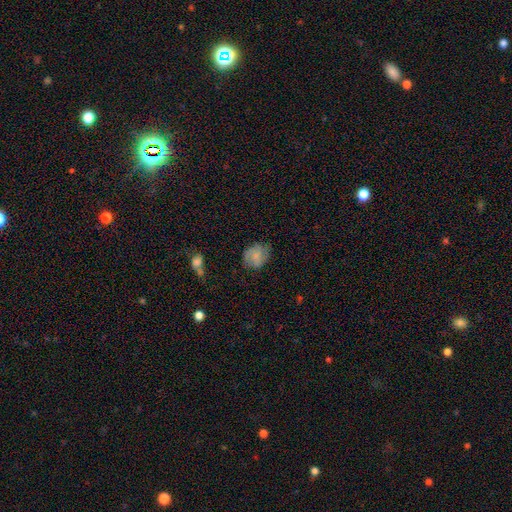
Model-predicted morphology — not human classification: Smooth or featured?
  - smooth: 60% *
  - featured or disk: 32%
  - star or artifact: 8%
How rounded?
  - round: 55% *
  - in between: 44%
  - cigar-shaped: 1%
Merging?
  - none: 65% *
  - minor disturbance: 25%
  - major disturbance: 8%
  - merger: 2%